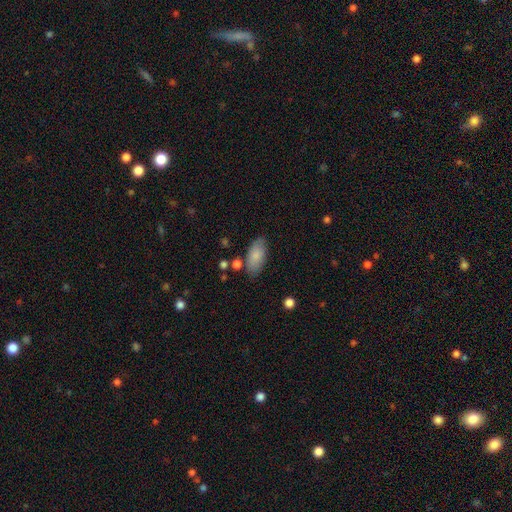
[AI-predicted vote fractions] Smooth or featured? Predicted: smooth (p=0.83). How rounded? Predicted: in between (p=0.90). Merging? Predicted: none (p=0.76).